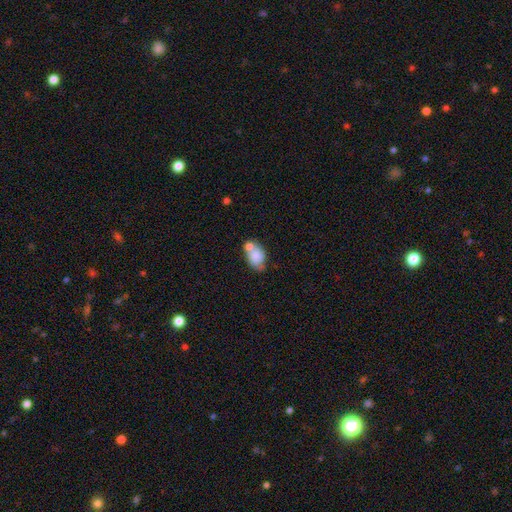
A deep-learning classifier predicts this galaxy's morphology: Smooth or featured? Predicted: smooth (p=0.77). How rounded? Predicted: in between (p=0.85). Merging? Predicted: none (p=0.40).